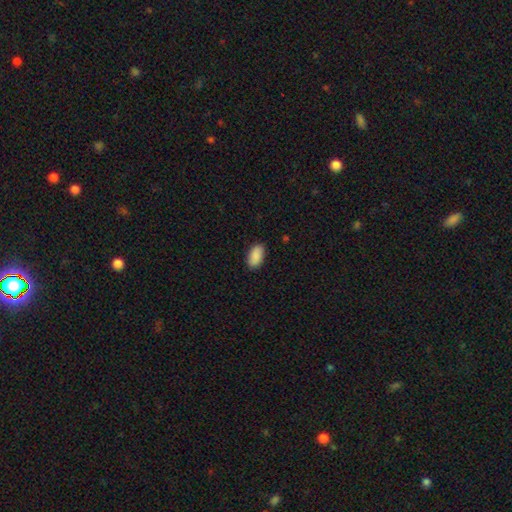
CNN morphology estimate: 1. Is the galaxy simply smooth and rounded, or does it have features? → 90% smooth, 6% star or artifact, 4% featured or disk.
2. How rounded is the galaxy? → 94% in between, 3% cigar-shaped, 3% round.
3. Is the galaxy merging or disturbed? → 87% none, 9% minor disturbance, 2% major disturbance, 1% merger.